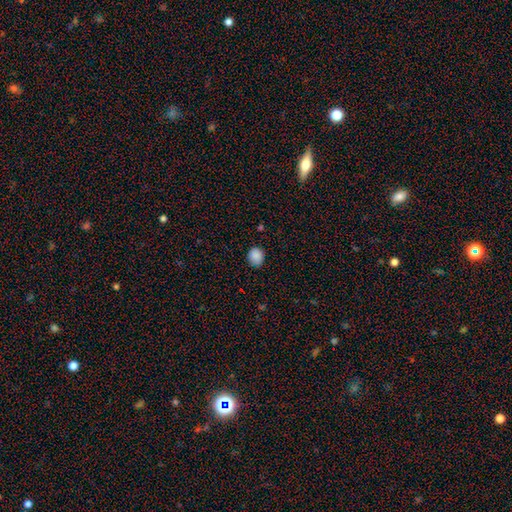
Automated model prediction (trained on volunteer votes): Q: Smooth or featured?
A: smooth (88%); runner-up: star or artifact (9%)
Q: How rounded?
A: round (71%); runner-up: in between (28%)
Q: Merging?
A: none (85%); runner-up: minor disturbance (12%)